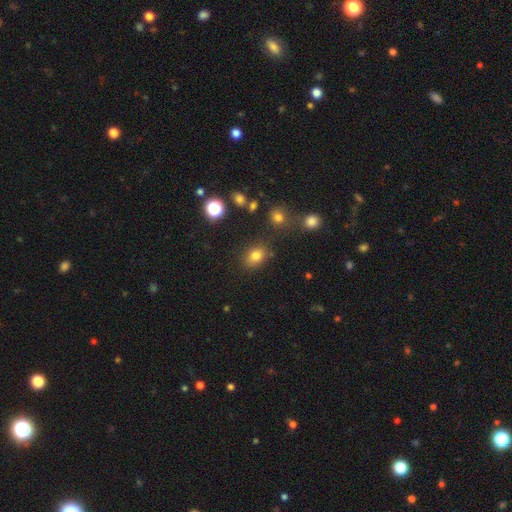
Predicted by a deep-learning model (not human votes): A smooth galaxy with no disk features (79%) that is in between round and cigar-shaped (66%). Merging: none (78%).